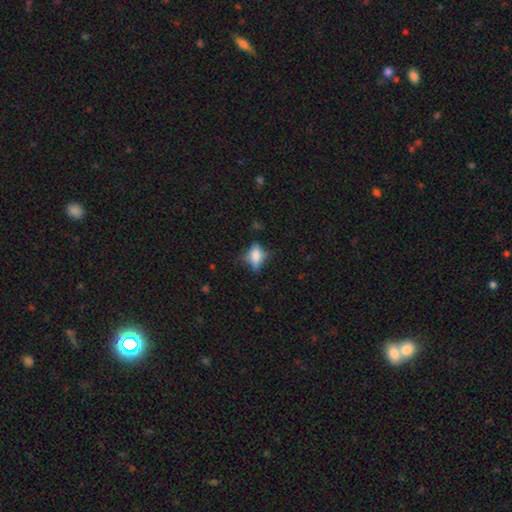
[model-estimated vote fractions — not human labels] Smooth or featured?
  - smooth: 60% *
  - featured or disk: 27%
  - star or artifact: 12%
How rounded?
  - in between: 77% *
  - round: 14%
  - cigar-shaped: 10%
Merging?
  - none: 56% *
  - minor disturbance: 28%
  - major disturbance: 14%
  - merger: 3%